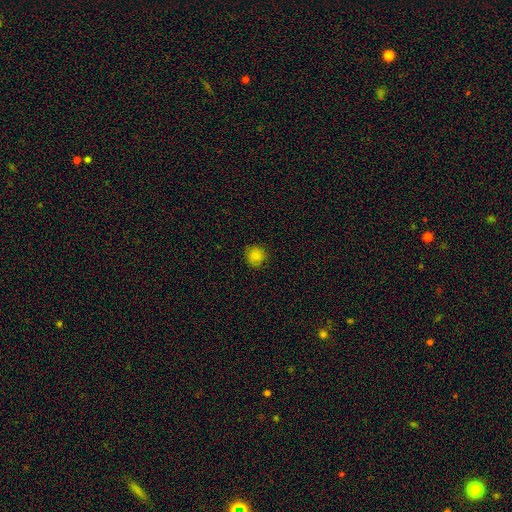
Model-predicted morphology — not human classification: Smooth or featured? Predicted: smooth (p=0.84). How rounded? Predicted: round (p=0.92). Merging? Predicted: none (p=0.87).